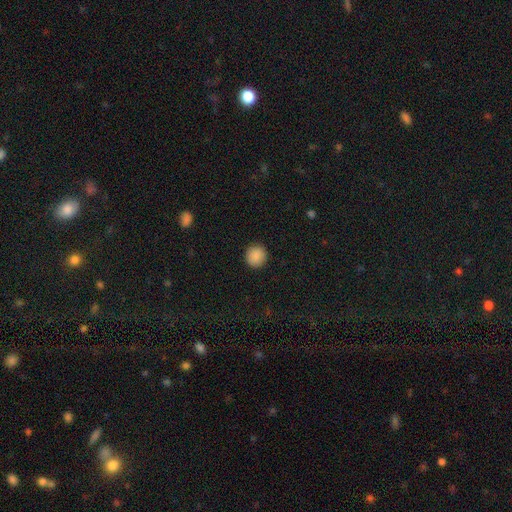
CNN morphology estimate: This is clearly a smooth galaxy (89%). How rounded: clearly round (92%). Merging: clearly none (92%).